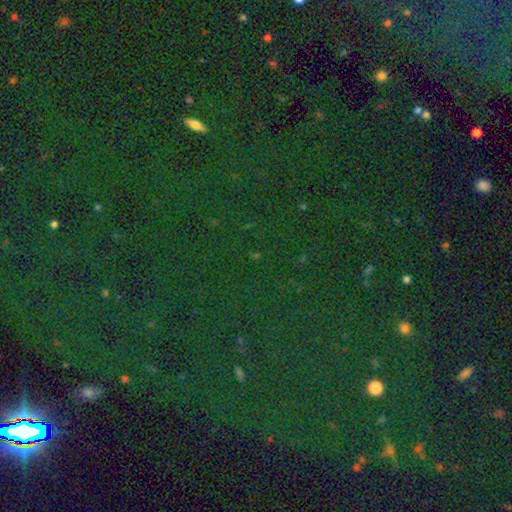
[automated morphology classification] Overall: star or artifact (80%).